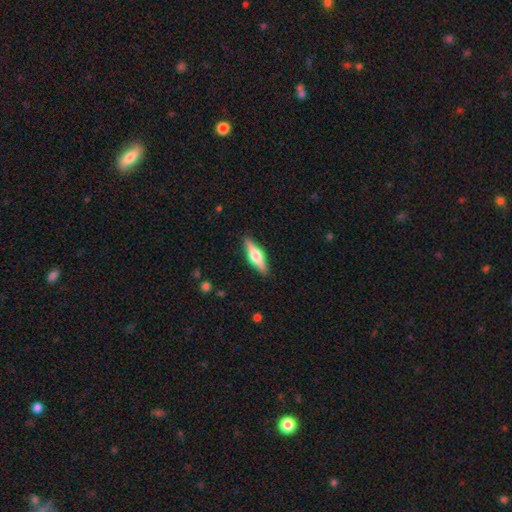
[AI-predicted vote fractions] smooth_or_featured: featured or disk (p=0.57) [alt: smooth p=0.38]
disk_edge_on: yes (p=0.95) [alt: no p=0.05]
edge_on_bulge: rounded (p=0.91) [alt: boxy p=0.07]
merging: none (p=0.89) [alt: minor disturbance p=0.08]